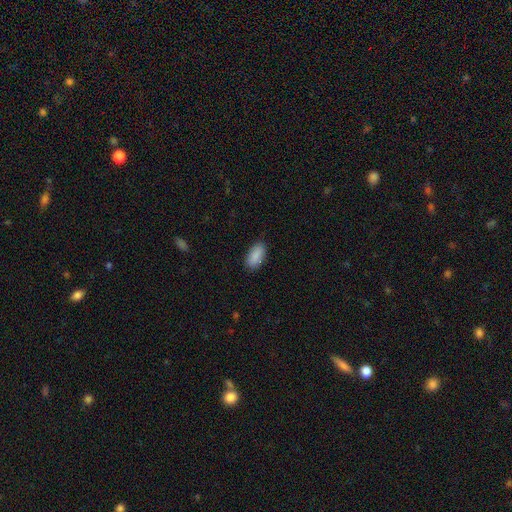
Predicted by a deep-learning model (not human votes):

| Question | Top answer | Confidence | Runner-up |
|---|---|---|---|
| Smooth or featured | smooth | 89% | star or artifact (6%) |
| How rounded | in between | 92% | cigar-shaped (5%) |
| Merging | none | 86% | minor disturbance (11%) |